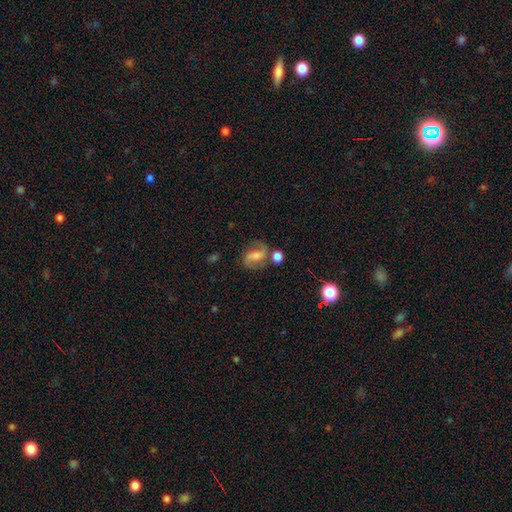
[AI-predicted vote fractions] Smooth or featured? featured or disk (65%)
Edge-on disk? no (97%)
Bar? weak (42%)
Spiral arms? yes (91%)
Spiral winding? medium (45%)
Spiral arm count? 2 (89%)
Bulge size? moderate (34%)
Merging? none (60%)